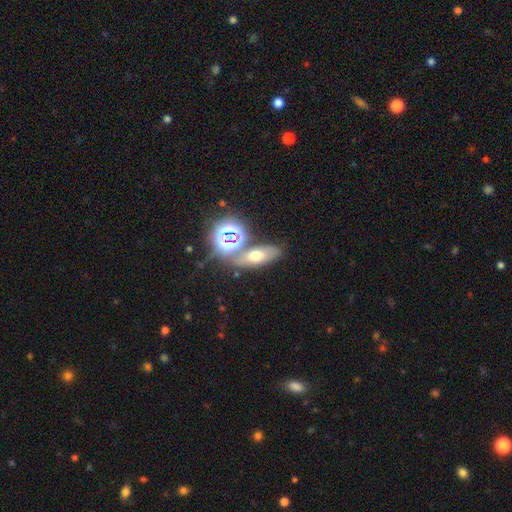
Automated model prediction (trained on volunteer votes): Overall: smooth (48%; star or artifact 31%). Merging: none (67%).